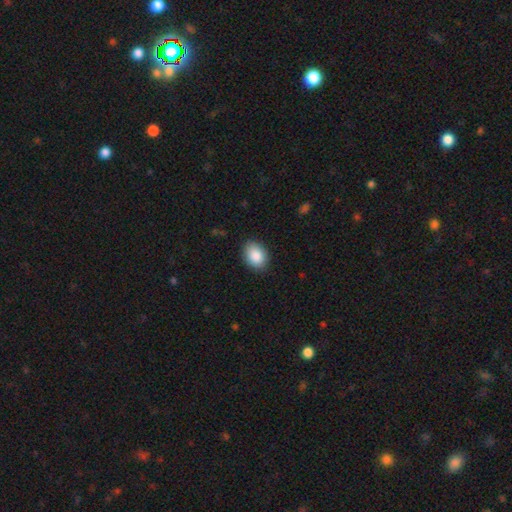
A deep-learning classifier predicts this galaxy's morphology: This is clearly a smooth galaxy (88%). How rounded: likely in between (71%). Merging: clearly none (85%).